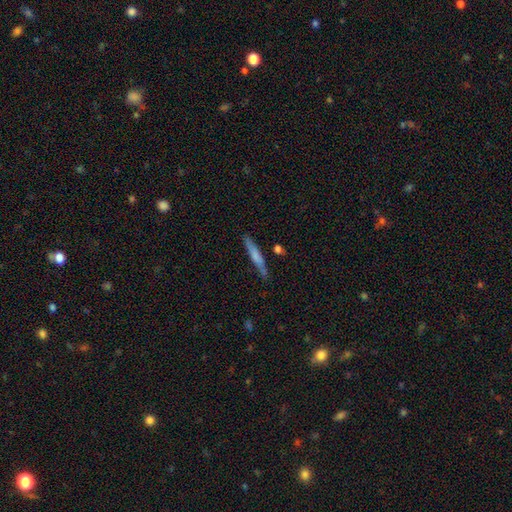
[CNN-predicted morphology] This is possibly a smooth galaxy (59%). How rounded: clearly cigar-shaped (94%). Merging: clearly none (83%).